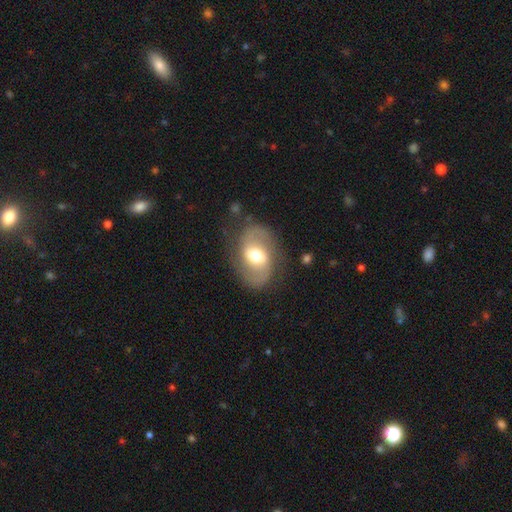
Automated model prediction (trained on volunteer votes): Q: Smooth or featured?
A: featured or disk (75%); runner-up: smooth (19%)
Q: Edge-on disk?
A: no (97%); runner-up: yes (3%)
Q: Bar?
A: weak (49%); runner-up: no (29%)
Q: Spiral arms?
A: yes (89%); runner-up: no (11%)
Q: Spiral winding?
A: medium (49%); runner-up: loose (36%)
Q: Spiral arm count?
A: 2 (91%); runner-up: can't tell (4%)
Q: Bulge size?
A: moderate (64%); runner-up: large (23%)
Q: Merging?
A: none (76%); runner-up: minor disturbance (15%)